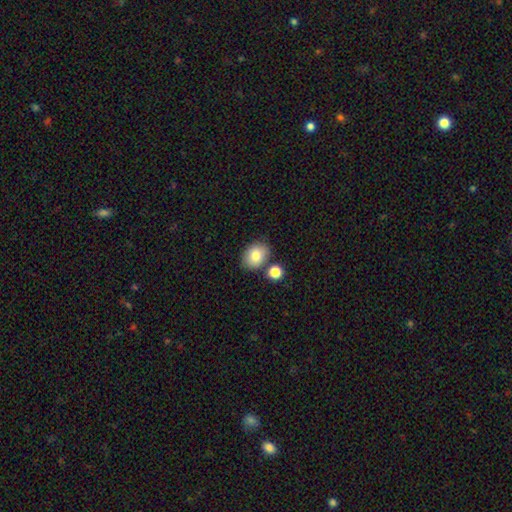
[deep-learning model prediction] This appears to be a smooth galaxy with no disk features (81%) that is in between round and cigar-shaped (67%). Merging: none (74%).